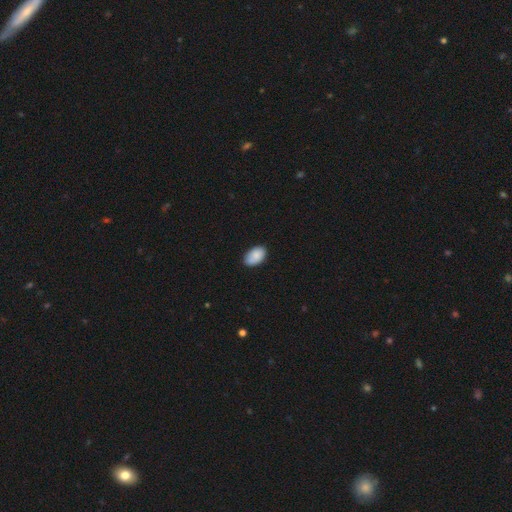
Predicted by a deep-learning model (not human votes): The model was most divided on "merging": none: 80%, minor disturbance: 17%, major disturbance: 2%, merger: 1%. More confident: how rounded — in between (93%); smooth or featured — smooth (88%).